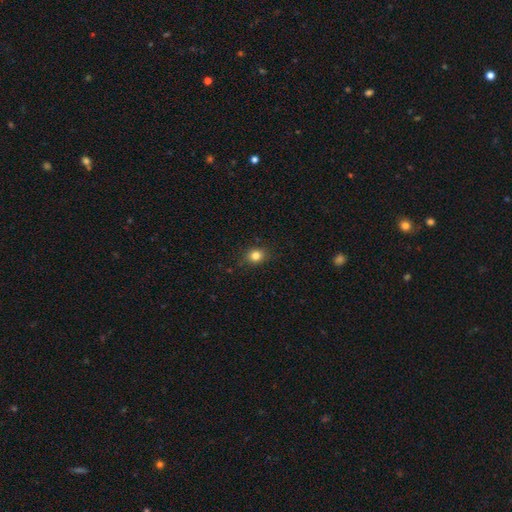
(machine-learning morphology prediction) Smooth or featured: smooth — 82% (star or artifact — 12%)
How rounded: round — 63% (in between — 36%)
Merging: none — 87% (minor disturbance — 10%)